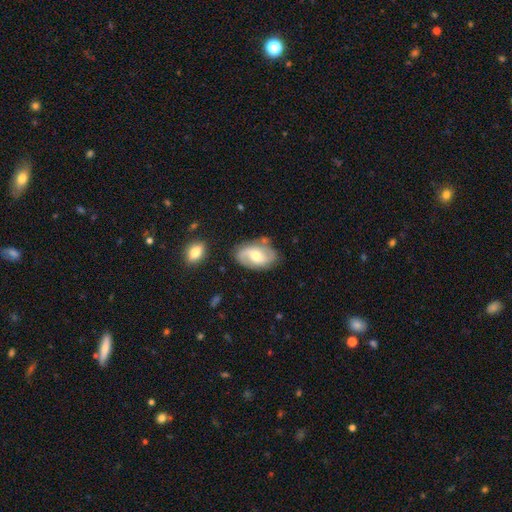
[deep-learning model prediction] Smooth or featured: featured or disk — 71% (smooth — 23%)
Edge-on disk: no — 96% (yes — 4%)
Bar: weak — 46% (no — 41%)
Spiral arms: yes — 89% (no — 11%)
Spiral winding: medium — 45% (loose — 34%)
Spiral arm count: 2 — 84% (can't tell — 8%)
Bulge size: moderate — 66% (small — 26%)
Merging: none — 74% (minor disturbance — 17%)